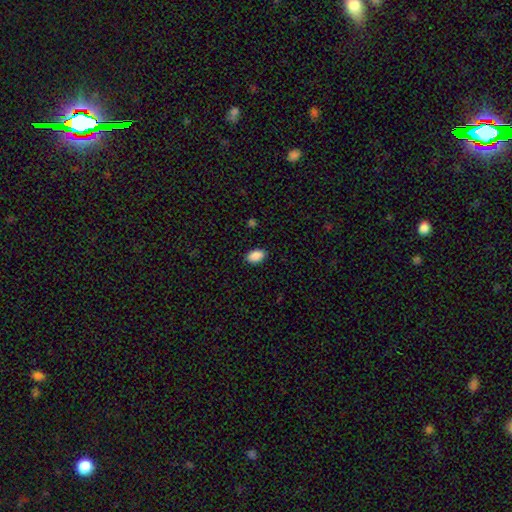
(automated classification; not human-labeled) Q: Smooth or featured?
A: smooth (90%); runner-up: star or artifact (7%)
Q: How rounded?
A: in between (92%); runner-up: round (7%)
Q: Merging?
A: none (88%); runner-up: minor disturbance (9%)